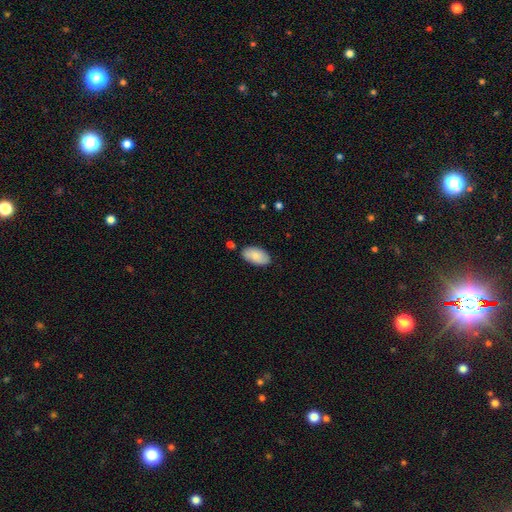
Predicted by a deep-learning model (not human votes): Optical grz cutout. It shows a smooth galaxy with no disk features (85%) that is in between round and cigar-shaped (95%). Merging: none (80%).